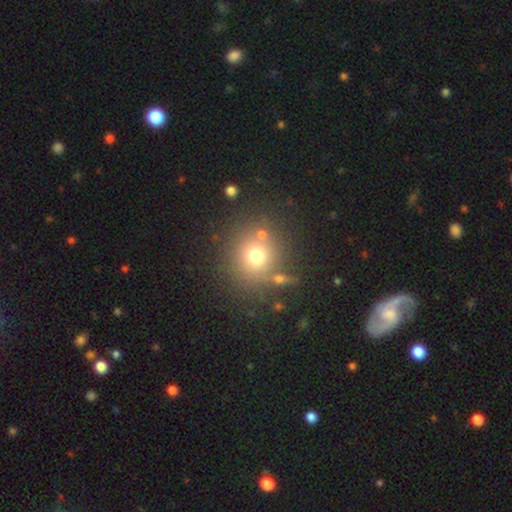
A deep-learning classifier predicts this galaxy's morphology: type=smooth (72%); roundness=round (89%); merging=none (74%).